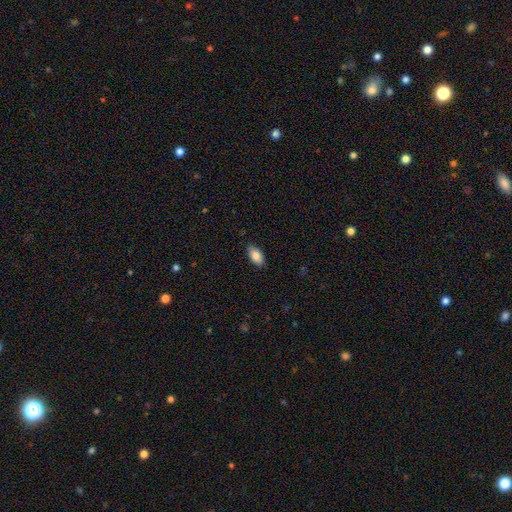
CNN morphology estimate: Q: Smooth or featured?
A: smooth (85%); runner-up: featured or disk (8%)
Q: How rounded?
A: in between (93%); runner-up: cigar-shaped (4%)
Q: Merging?
A: none (86%); runner-up: minor disturbance (11%)